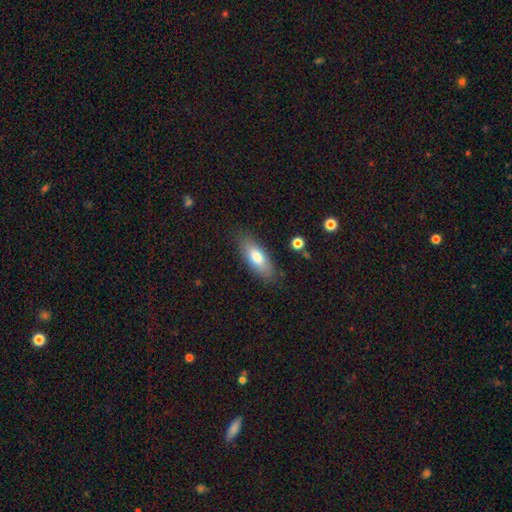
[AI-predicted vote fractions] Smooth or featured?
  - smooth: 75% *
  - featured or disk: 18%
  - star or artifact: 6%
How rounded?
  - in between: 74% *
  - cigar-shaped: 24%
  - round: 2%
Merging?
  - none: 82% *
  - minor disturbance: 13%
  - major disturbance: 3%
  - merger: 2%